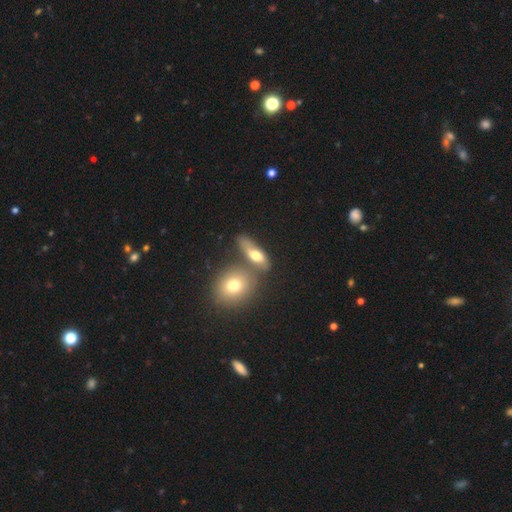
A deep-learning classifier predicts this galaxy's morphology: Overall: smooth (61%; featured or disk 28%). How rounded: in between (66%). Merging: none (44%; merger 33%).